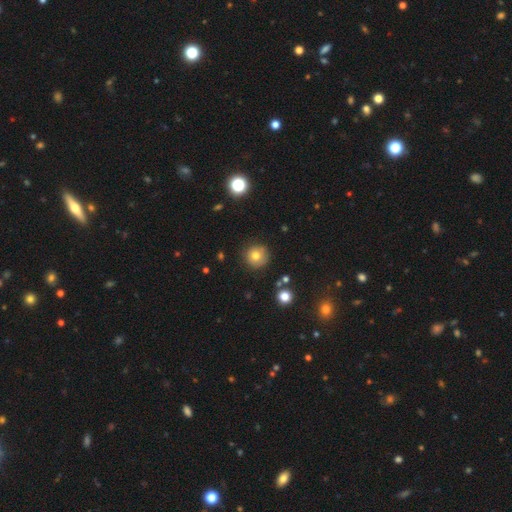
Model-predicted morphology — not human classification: smooth_or_featured: smooth (p=0.76) [alt: featured or disk p=0.12]
how_rounded: round (p=0.94) [alt: in between p=0.05]
merging: none (p=0.86) [alt: minor disturbance p=0.10]